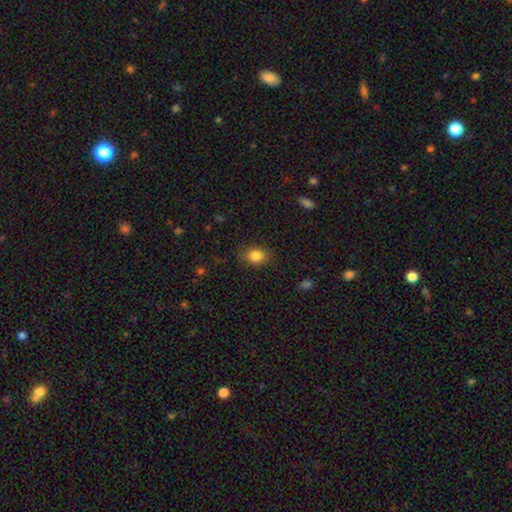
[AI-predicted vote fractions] A smooth galaxy with no disk features (84%) that is in between round and cigar-shaped (54%). Merging: none (82%).